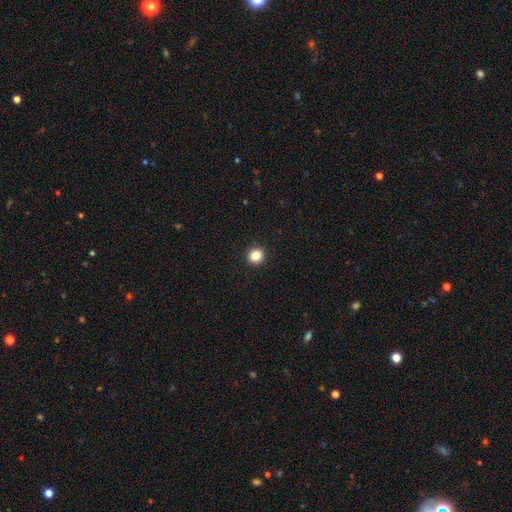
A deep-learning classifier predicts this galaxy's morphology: A smooth galaxy with no disk features (85%) that is round (92%).

Vote fractions:
- Smooth or featured? smooth: 85% / star or artifact: 11% / featured or disk: 4%
- How rounded? round: 92% / in between: 7% / cigar-shaped: 1%
- Merging? none: 93% / minor disturbance: 4% / major disturbance: 2% / merger: 1%